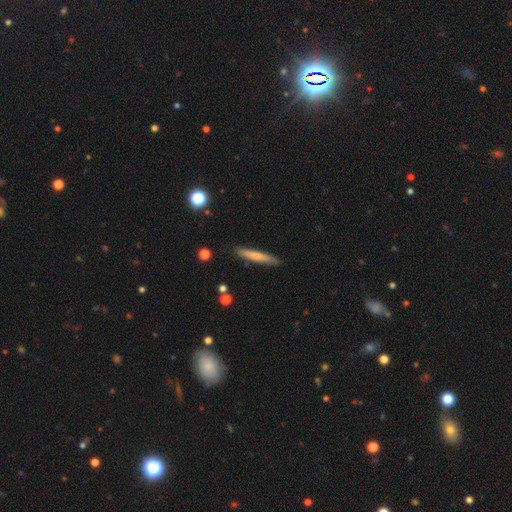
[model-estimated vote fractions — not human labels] This appears to be a smooth galaxy with no disk features (67%) that is cigar-shaped (94%). Merging: none (88%).